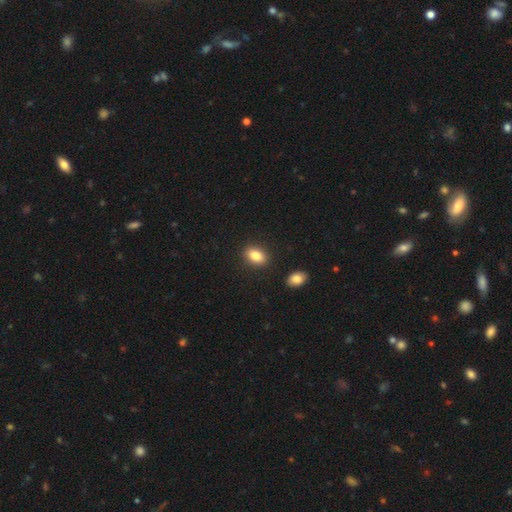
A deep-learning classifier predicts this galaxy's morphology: Smooth or featured?
  - smooth: 84% *
  - star or artifact: 8%
  - featured or disk: 7%
How rounded?
  - in between: 83% *
  - round: 15%
  - cigar-shaped: 2%
Merging?
  - none: 88% *
  - minor disturbance: 8%
  - merger: 3%
  - major disturbance: 2%